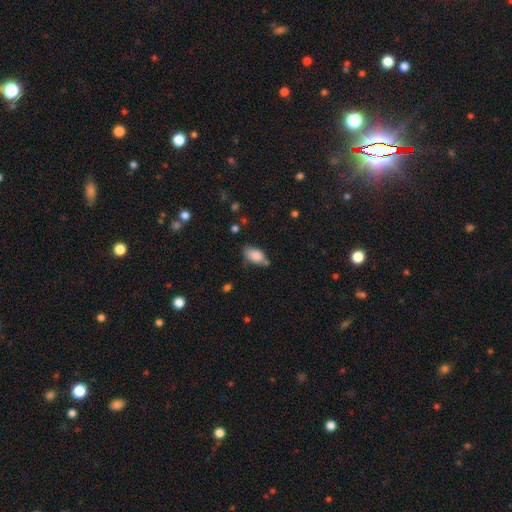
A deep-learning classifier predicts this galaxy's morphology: Q: Smooth or featured?
A: smooth (84%); runner-up: featured or disk (8%)
Q: How rounded?
A: in between (92%); runner-up: round (5%)
Q: Merging?
A: none (60%); runner-up: minor disturbance (26%)